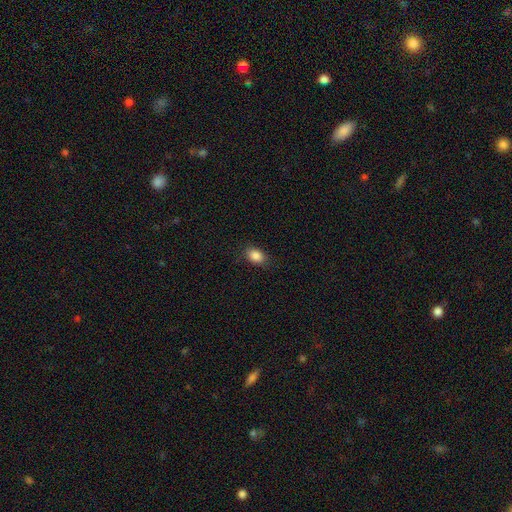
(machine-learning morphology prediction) The model was most divided on "how rounded": in between: 78%, round: 20%, cigar-shaped: 2%. More confident: smooth or featured — smooth (87%); merging — none (83%).